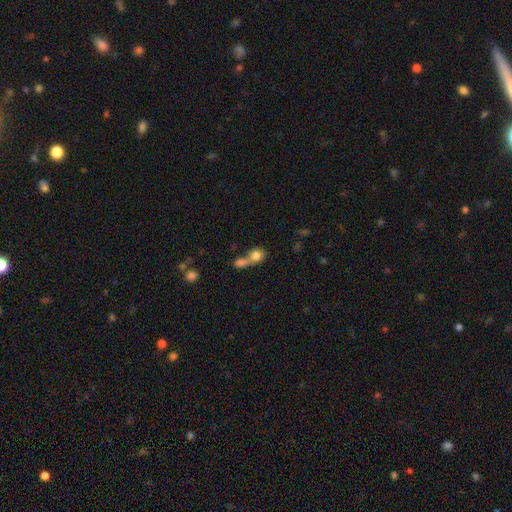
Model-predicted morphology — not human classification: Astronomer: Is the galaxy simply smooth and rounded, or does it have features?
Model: smooth — 77%.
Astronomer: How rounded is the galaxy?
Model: round — 72%.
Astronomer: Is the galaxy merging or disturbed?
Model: merger — 65%.